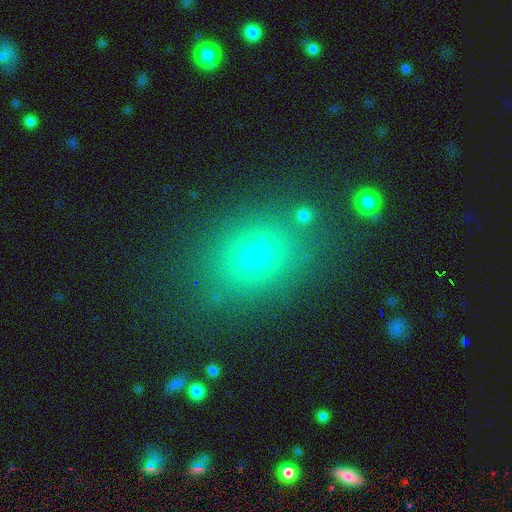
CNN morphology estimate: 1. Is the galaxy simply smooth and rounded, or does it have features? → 67% smooth, 22% star or artifact, 11% featured or disk.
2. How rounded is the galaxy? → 53% in between, 46% round, 1% cigar-shaped.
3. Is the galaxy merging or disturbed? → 85% none, 9% minor disturbance, 3% major disturbance, 3% merger.